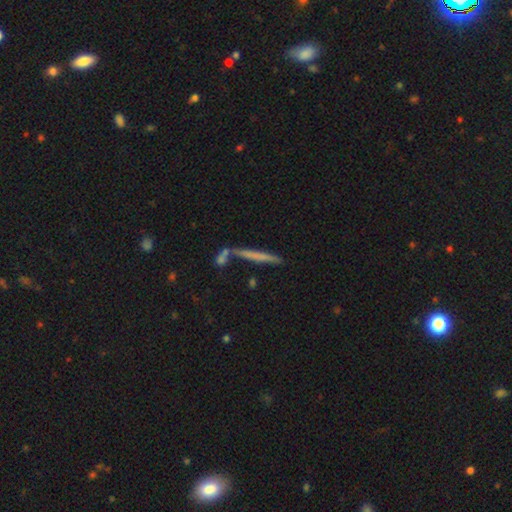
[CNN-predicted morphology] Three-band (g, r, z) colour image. It shows a smooth galaxy with no disk features (49%). Merging: none (74%).